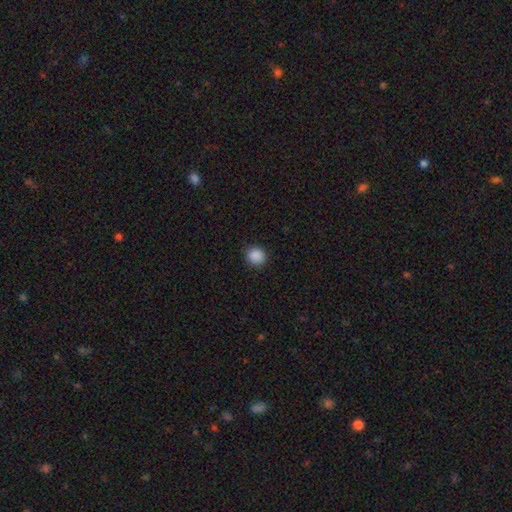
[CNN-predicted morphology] Smooth or featured? smooth (88%)
How rounded? round (88%)
Merging? none (90%)